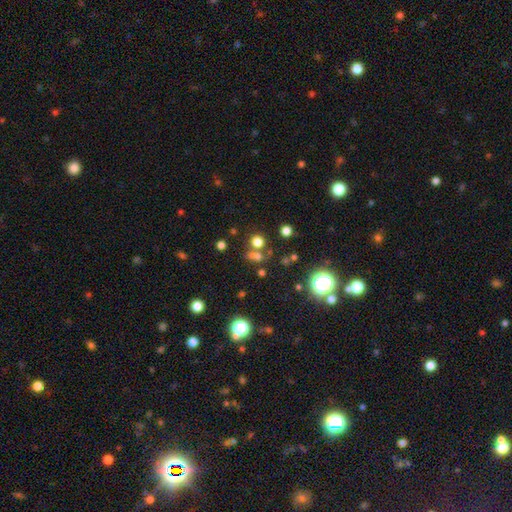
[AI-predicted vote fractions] Overall: smooth (54%; star or artifact 35%). How rounded: round (75%). Merging: none (59%; merger 26%).